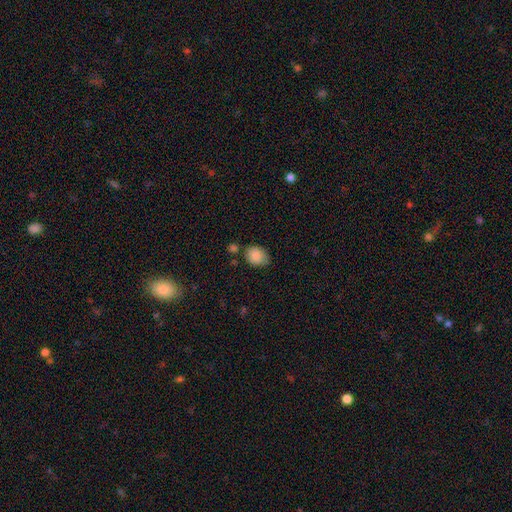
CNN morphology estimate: Smooth or featured? Predicted: smooth (p=0.87). How rounded? Predicted: in between (p=0.51). Merging? Predicted: none (p=0.65).